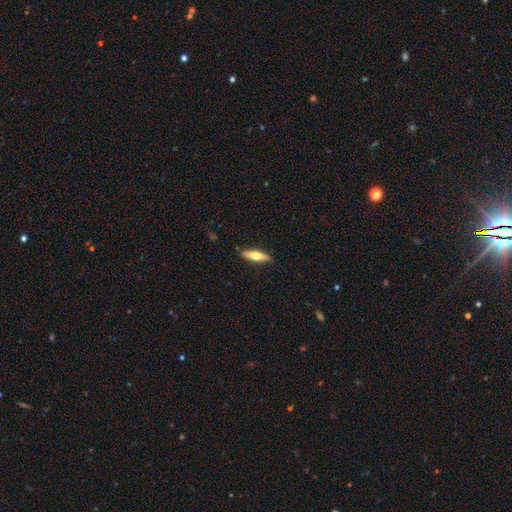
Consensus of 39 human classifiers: A smooth galaxy with no disk features (51%) that is in between round and cigar-shaped (55%).

Vote fractions:
- Smooth or featured? smooth: 51% / featured or disk: 41% / star or artifact: 8%
- How rounded? in between: 55% / cigar-shaped: 40% / round: 5%
- Merging? none: 94% / major disturbance: 6% / minor disturbance: 0% / merger: 0%